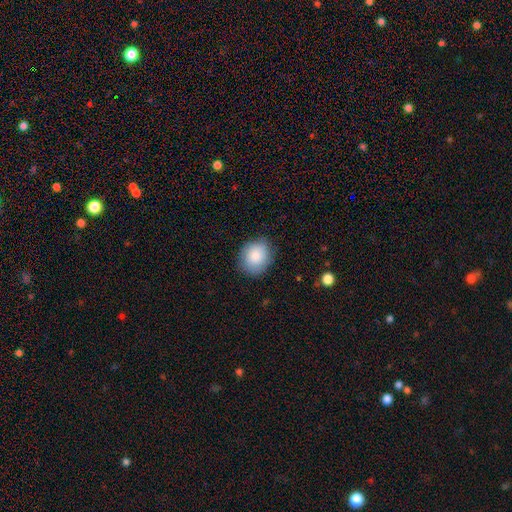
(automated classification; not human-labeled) Smooth or featured: smooth — 86% (star or artifact — 7%)
How rounded: round — 64% (in between — 35%)
Merging: none — 82% (minor disturbance — 14%)